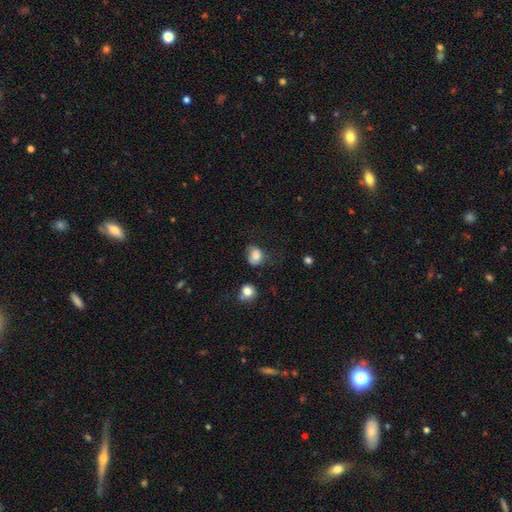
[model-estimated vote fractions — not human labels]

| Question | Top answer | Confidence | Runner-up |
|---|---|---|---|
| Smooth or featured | smooth | 80% | star or artifact (10%) |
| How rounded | round | 54% | in between (45%) |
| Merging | none | 42% | minor disturbance (34%) |